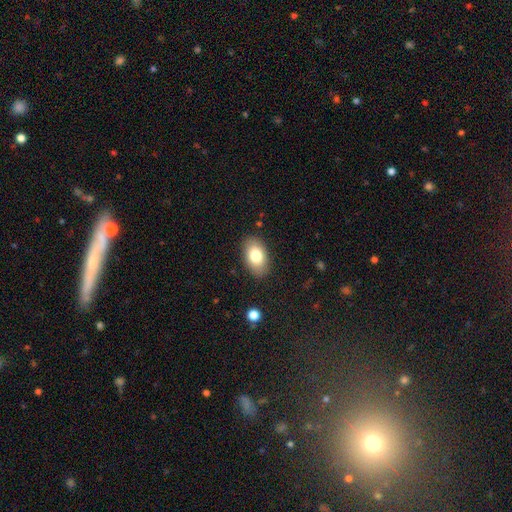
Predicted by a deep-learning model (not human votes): Q: Smooth or featured?
A: smooth (80%); runner-up: featured or disk (13%)
Q: How rounded?
A: in between (90%); runner-up: round (8%)
Q: Merging?
A: none (86%); runner-up: minor disturbance (10%)